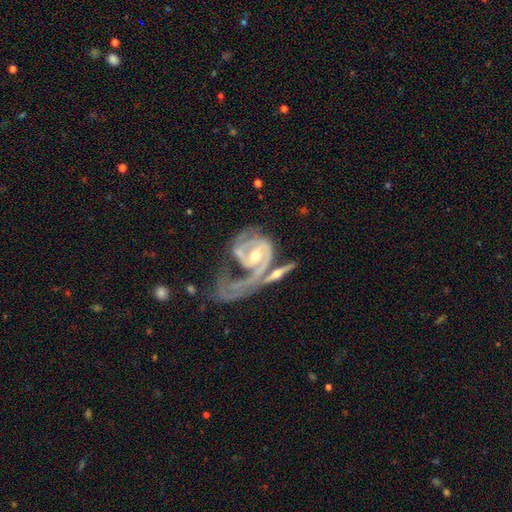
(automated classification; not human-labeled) This appears to be a featured or disk galaxy (89%) with no bar (40%), 2 (49%) tight (44%) spiral arms (93%) and a moderate central bulge (61%). Merging: major disturbance (38%).